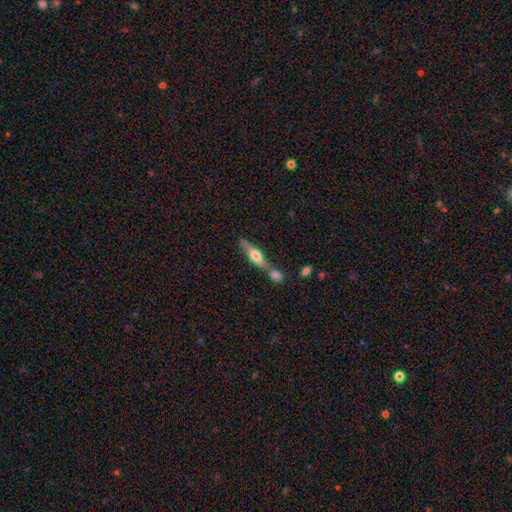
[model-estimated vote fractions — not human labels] smooth 51%, featured or disk 42%, star or artifact 6%. Down the decision tree: how rounded — cigar-shaped (67%); merging — none (47%).